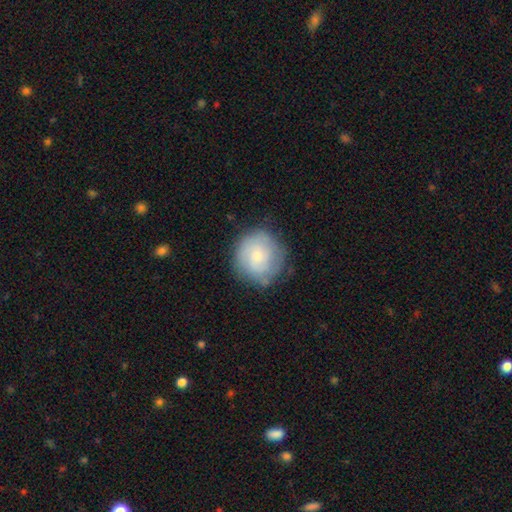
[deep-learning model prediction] A smooth galaxy with no disk features (54%) that is round (89%). Merging: none (74%).